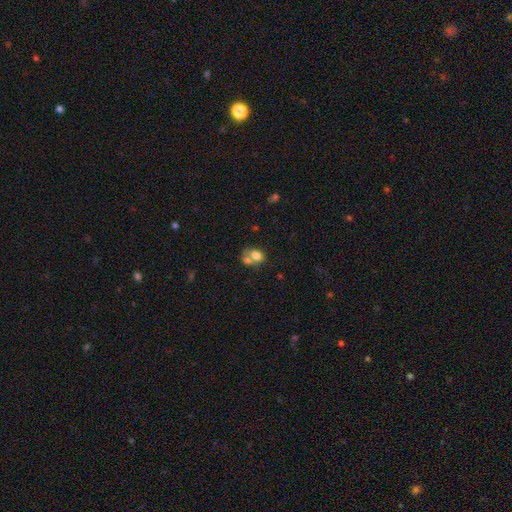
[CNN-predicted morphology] Smooth or featured?
  - smooth: 73% *
  - featured or disk: 17%
  - star or artifact: 10%
How rounded?
  - in between: 58% *
  - round: 41%
  - cigar-shaped: 1%
Merging?
  - merger: 57% *
  - none: 29%
  - minor disturbance: 9%
  - major disturbance: 5%